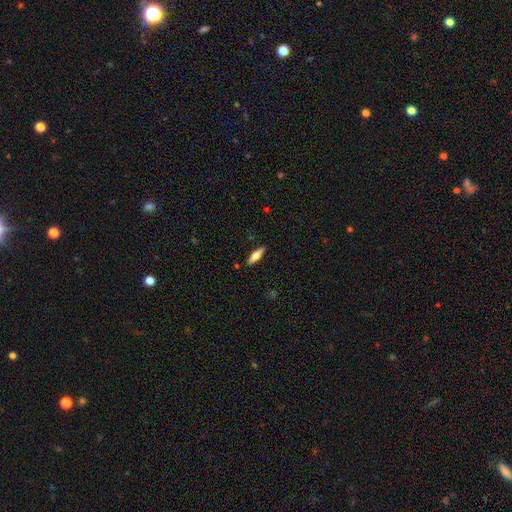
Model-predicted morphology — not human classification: Overall: smooth (54%; featured or disk 40%). How rounded: cigar-shaped (59%; in between 38%). Merging: none (89%).